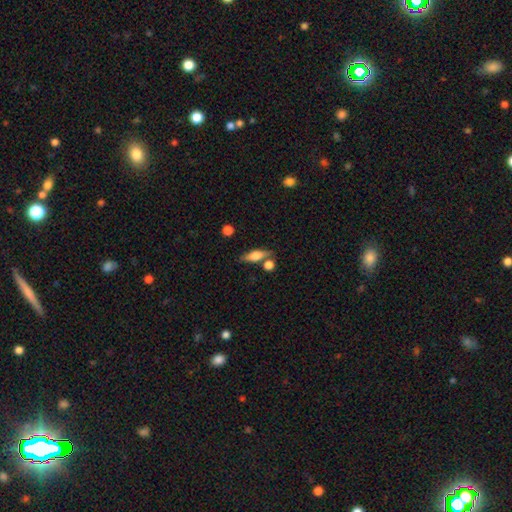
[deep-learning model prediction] Overall: smooth (52%; featured or disk 40%). How rounded: in between (50%; cigar-shaped 43%). Merging: none (70%).